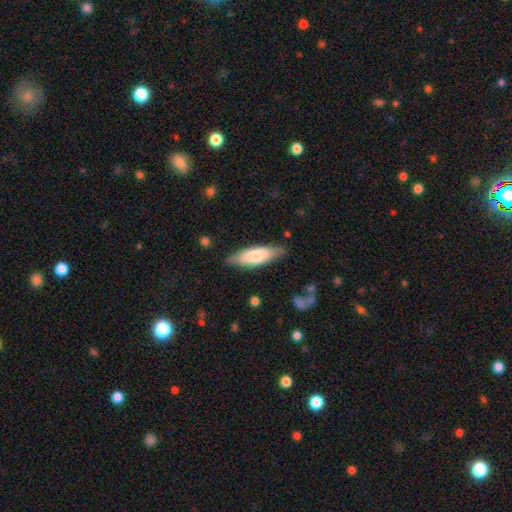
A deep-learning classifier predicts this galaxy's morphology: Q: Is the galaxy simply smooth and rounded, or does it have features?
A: smooth — 69%.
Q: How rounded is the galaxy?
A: in between — 51%.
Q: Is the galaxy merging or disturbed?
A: none — 81%.